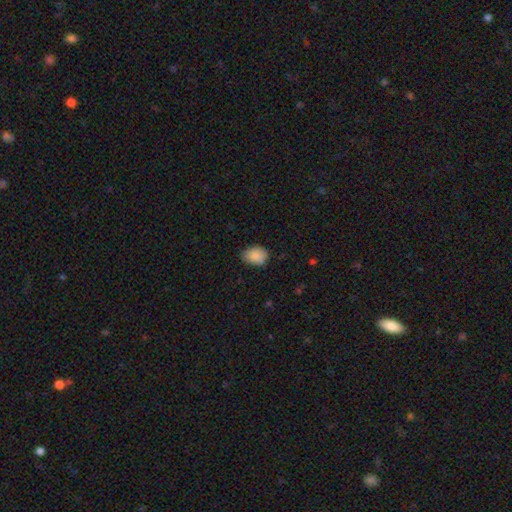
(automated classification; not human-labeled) Q: Smooth or featured?
A: smooth (87%); runner-up: star or artifact (7%)
Q: How rounded?
A: in between (61%); runner-up: round (38%)
Q: Merging?
A: none (72%); runner-up: minor disturbance (23%)